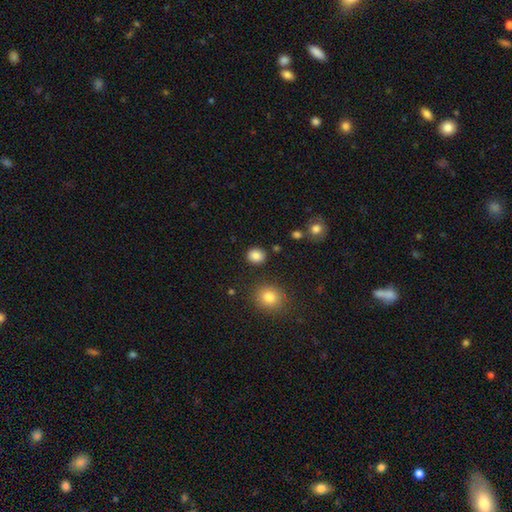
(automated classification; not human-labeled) Morphology: type=smooth (85%); roundness=round (71%); merging=none (87%).